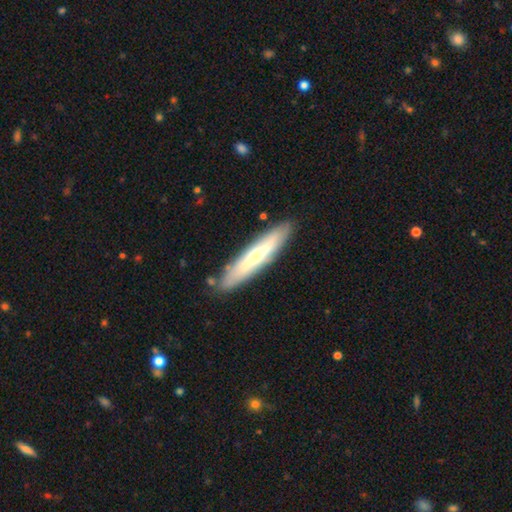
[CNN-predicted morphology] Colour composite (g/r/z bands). It shows a smooth galaxy with no disk features (49%). Merging: none (87%).